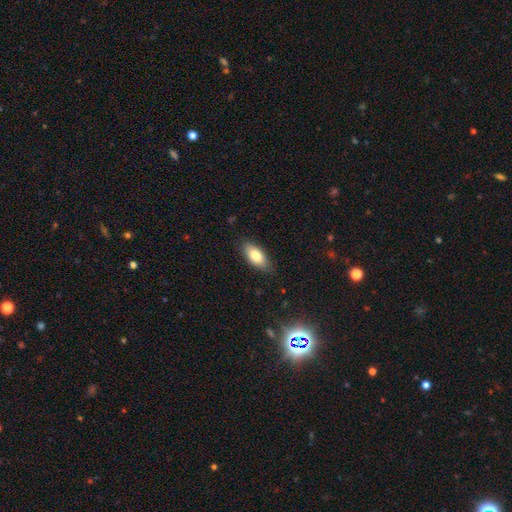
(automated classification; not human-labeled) Smooth or featured: smooth — 81% (featured or disk — 13%)
How rounded: in between — 86% (cigar-shaped — 11%)
Merging: none — 83% (minor disturbance — 13%)